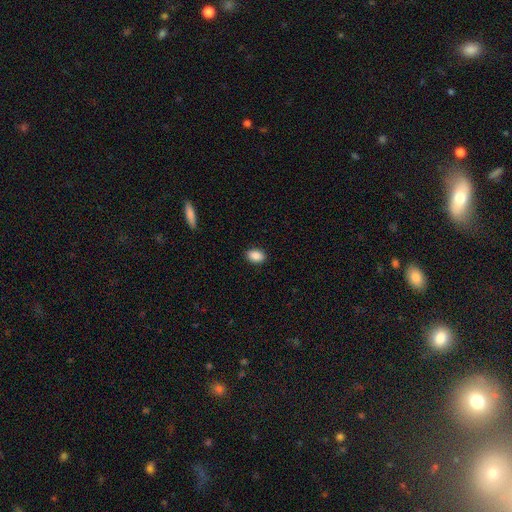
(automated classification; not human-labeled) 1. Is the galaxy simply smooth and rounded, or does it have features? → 89% smooth, 8% star or artifact, 4% featured or disk.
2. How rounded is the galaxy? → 85% in between, 14% round, 1% cigar-shaped.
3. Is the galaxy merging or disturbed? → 90% none, 7% minor disturbance, 2% major disturbance, 1% merger.